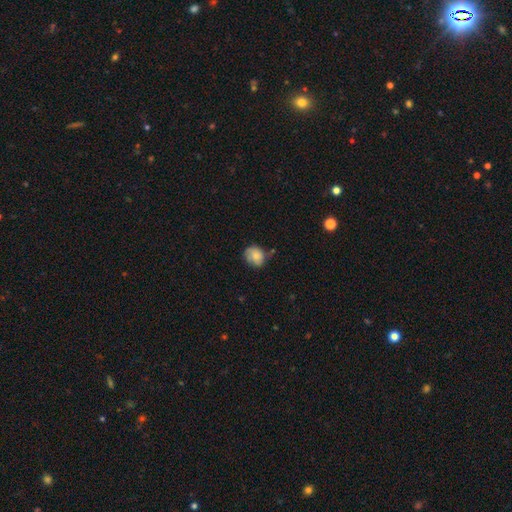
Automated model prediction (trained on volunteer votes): smooth-or-featured: smooth: 71% | featured or disk: 20% | star or artifact: 8%
  how-rounded: round: 61% | in between: 38% | cigar-shaped: 1%
  merging: none: 54% | minor disturbance: 33% | major disturbance: 9% | merger: 5%